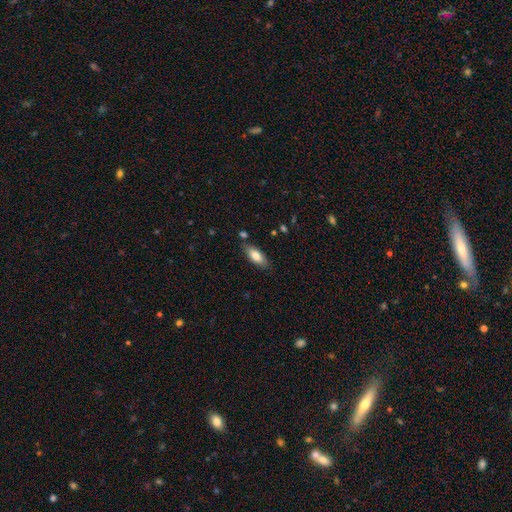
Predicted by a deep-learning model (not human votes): Q: Smooth or featured?
A: smooth (78%); runner-up: featured or disk (16%)
Q: How rounded?
A: in between (79%); runner-up: cigar-shaped (19%)
Q: Merging?
A: none (78%); runner-up: minor disturbance (15%)